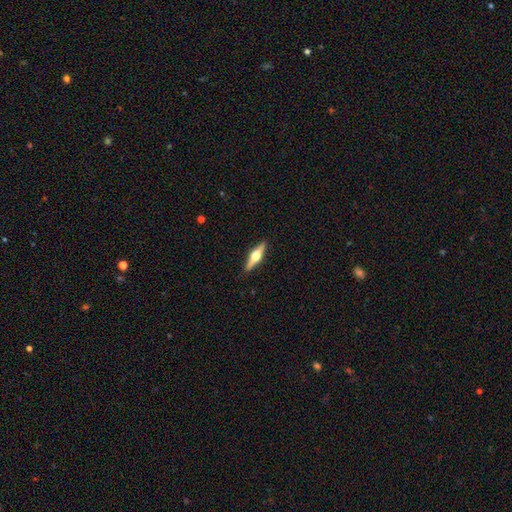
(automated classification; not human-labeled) Smooth or featured: featured or disk — 68% (smooth — 27%)
Edge-on disk: yes — 97% (no — 3%)
Edge-on bulge: rounded — 95% (boxy — 3%)
Merging: none — 90% (minor disturbance — 7%)